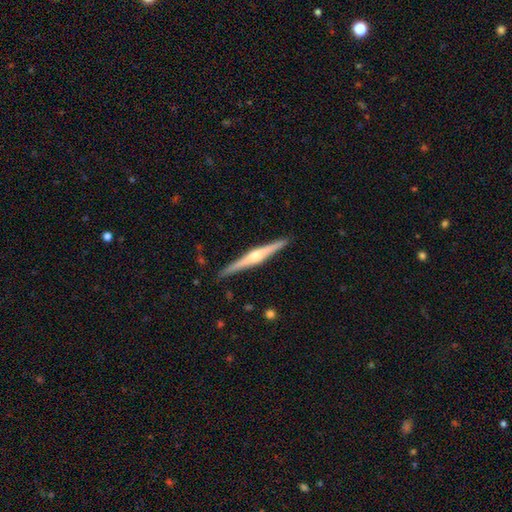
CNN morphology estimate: featured or disk 77%, smooth 18%, star or artifact 5%. Down the decision tree: edge-on disk — yes (98%); edge-on bulge — rounded (88%); merging — none (91%).